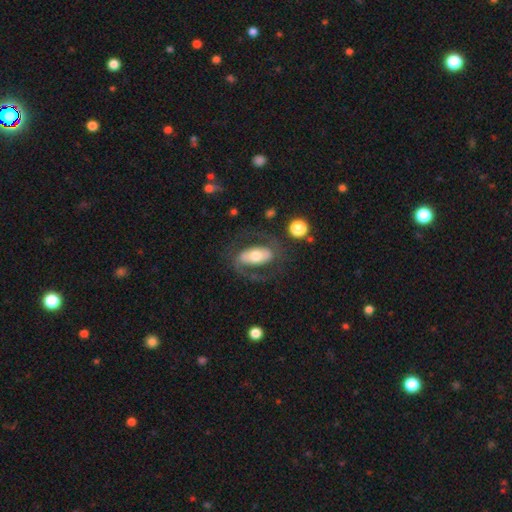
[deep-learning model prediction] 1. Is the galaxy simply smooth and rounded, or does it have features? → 64% featured or disk, 30% smooth, 6% star or artifact.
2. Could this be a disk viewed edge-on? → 93% no, 7% yes.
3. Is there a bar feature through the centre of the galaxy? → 40% no, 33% strong, 27% weak.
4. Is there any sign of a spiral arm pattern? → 70% yes, 30% no.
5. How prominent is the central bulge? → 63% moderate, 17% large, 16% small, 2% dominant, 2% none.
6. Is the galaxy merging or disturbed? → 65% none, 18% major disturbance, 15% minor disturbance, 2% merger.